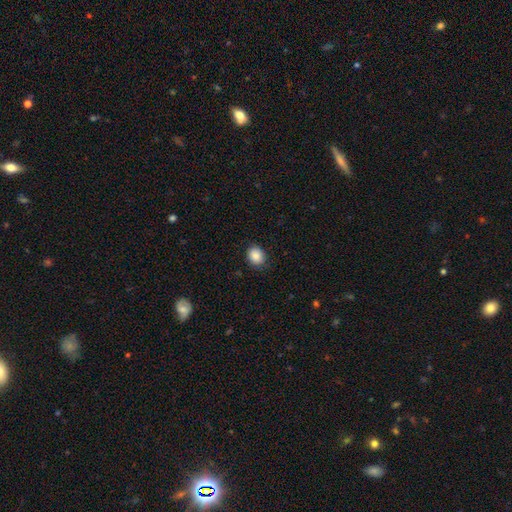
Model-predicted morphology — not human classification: This appears to be a smooth galaxy with no disk features (86%) that is round (63%). Merging: none (86%).